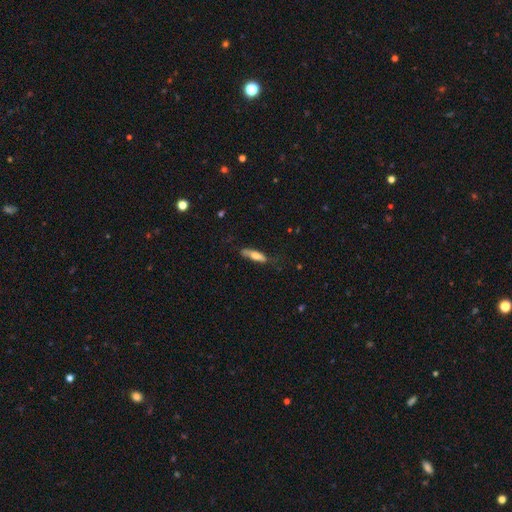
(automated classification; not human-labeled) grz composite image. It shows a smooth galaxy with no disk features (67%) that is cigar-shaped (66%). Merging: none (61%).